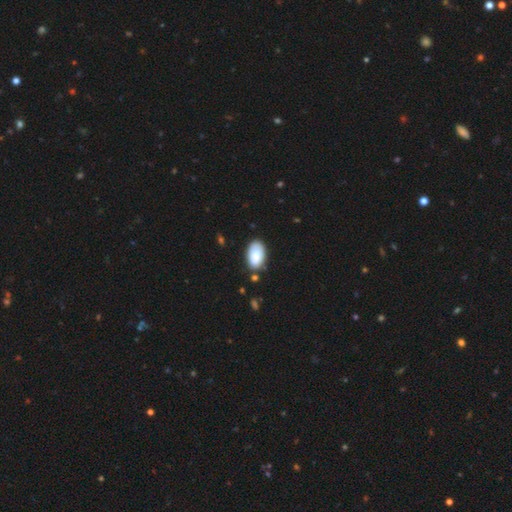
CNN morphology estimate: Q: Smooth or featured?
A: smooth (83%); runner-up: featured or disk (11%)
Q: How rounded?
A: in between (94%); runner-up: round (4%)
Q: Merging?
A: none (73%); runner-up: minor disturbance (19%)